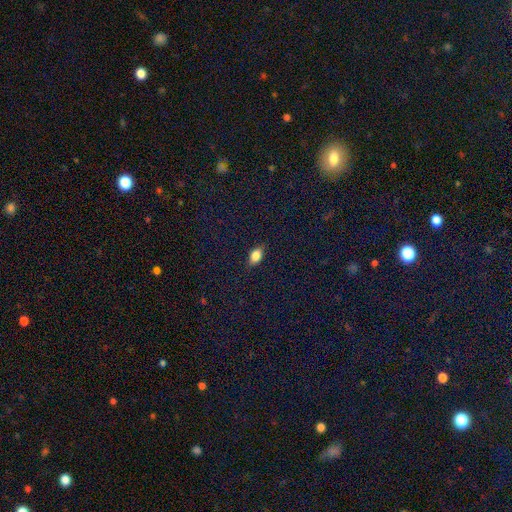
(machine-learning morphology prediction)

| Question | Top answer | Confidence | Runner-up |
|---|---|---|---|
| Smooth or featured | smooth | 83% | star or artifact (9%) |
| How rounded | in between | 86% | round (11%) |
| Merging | none | 86% | minor disturbance (10%) |